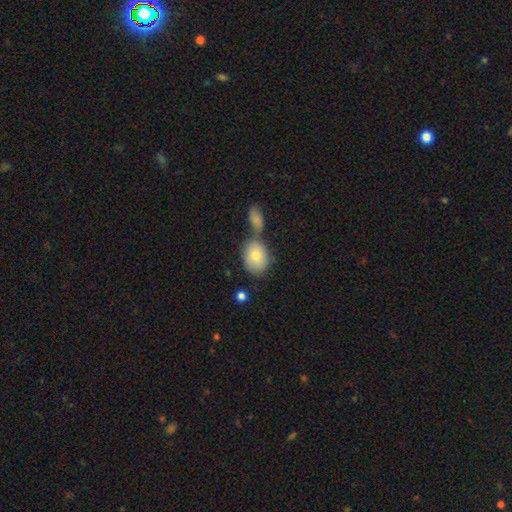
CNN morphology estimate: smooth-or-featured: smooth: 77% | featured or disk: 16% | star or artifact: 7%
  how-rounded: in between: 62% | round: 36% | cigar-shaped: 1%
  merging: none: 45% | merger: 37% | minor disturbance: 13% | major disturbance: 5%